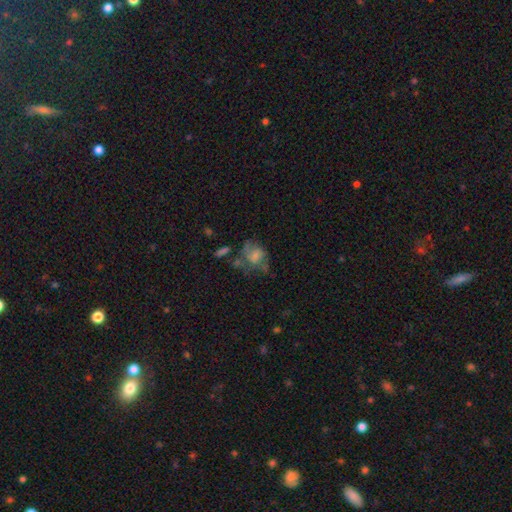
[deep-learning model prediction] Smooth or featured? Predicted: smooth (p=0.46). Merging? Predicted: none (p=0.37).